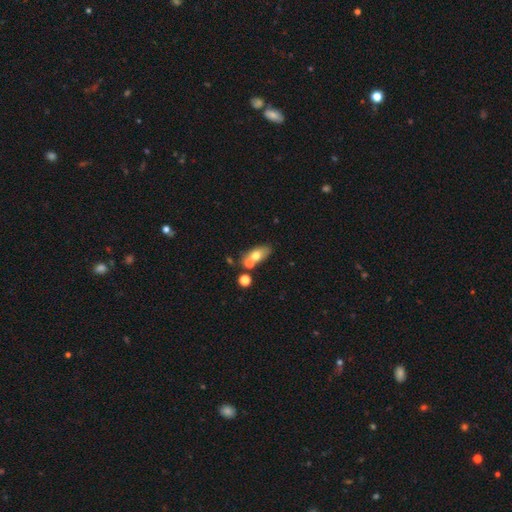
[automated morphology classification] The model was most divided on "merging": none: 47%, merger: 35%, minor disturbance: 13%, major disturbance: 5%. More confident: how rounded — in between (77%); smooth or featured — smooth (67%).